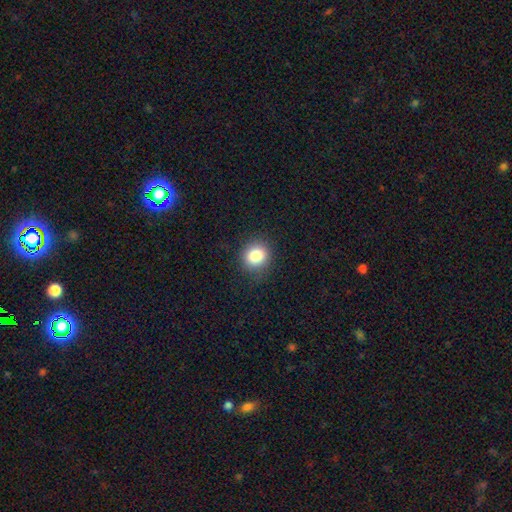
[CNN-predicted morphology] Overall: smooth (84%). How rounded: round (80%). Merging: none (87%).